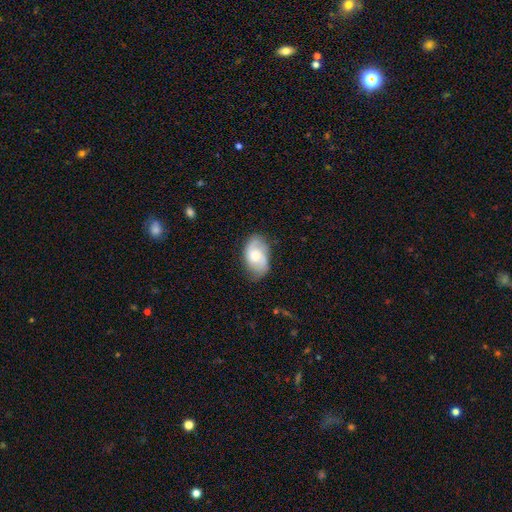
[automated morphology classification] Q: Smooth or featured?
A: featured or disk (56%); runner-up: smooth (37%)
Q: Edge-on disk?
A: no (96%); runner-up: yes (4%)
Q: Bar?
A: no (63%); runner-up: weak (33%)
Q: Spiral arms?
A: yes (87%); runner-up: no (13%)
Q: Bulge size?
A: moderate (46%); runner-up: small (22%)
Q: Merging?
A: none (68%); runner-up: minor disturbance (23%)